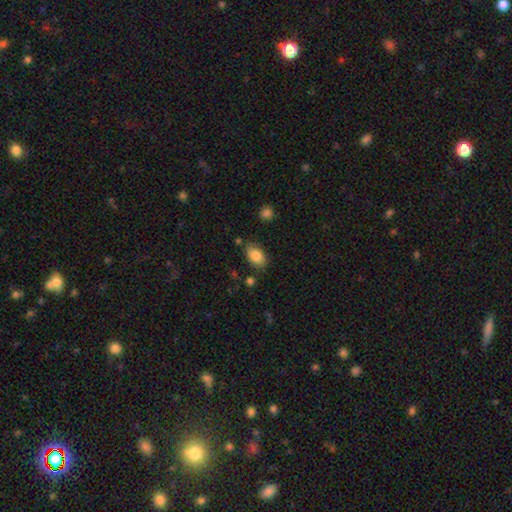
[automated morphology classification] Overall: smooth (85%). How rounded: in between (90%). Merging: none (77%).